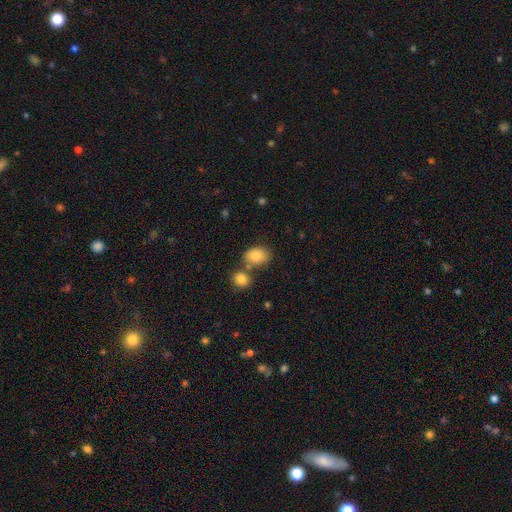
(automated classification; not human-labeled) Overall: smooth (85%). How rounded: in between (70%). Merging: none (59%; merger 24%).